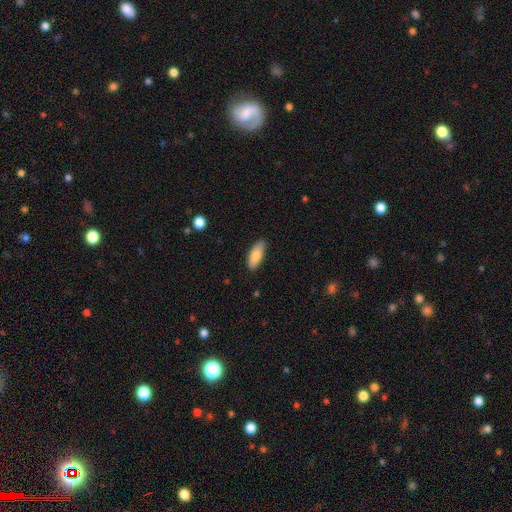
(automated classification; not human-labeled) A smooth galaxy with no disk features (82%) that is in between round and cigar-shaped (77%). Merging: none (85%).